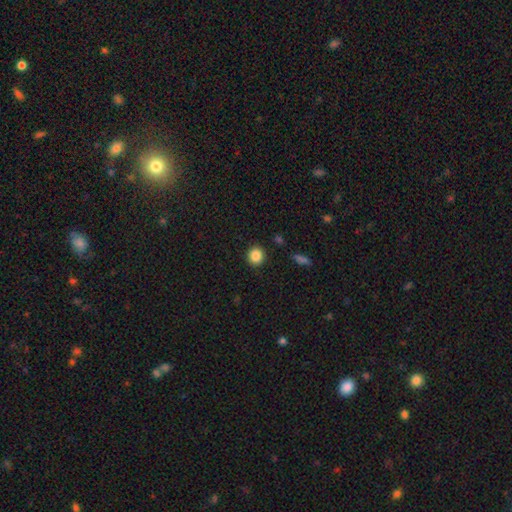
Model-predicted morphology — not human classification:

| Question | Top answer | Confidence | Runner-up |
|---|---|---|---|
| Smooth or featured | smooth | 86% | star or artifact (10%) |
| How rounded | round | 86% | in between (13%) |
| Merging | none | 90% | minor disturbance (6%) |